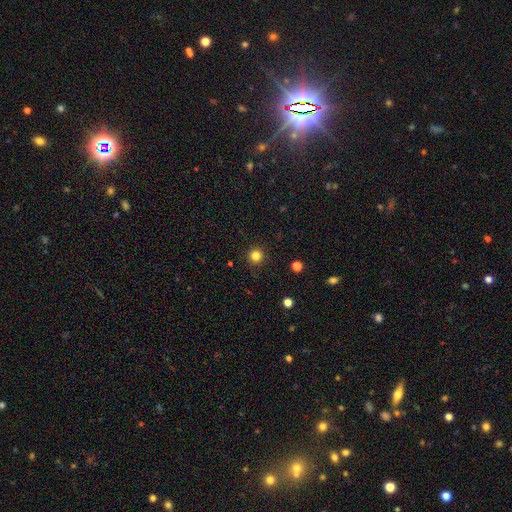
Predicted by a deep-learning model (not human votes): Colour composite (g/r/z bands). It shows a smooth galaxy with no disk features (82%) that is round (95%). Merging: none (92%).